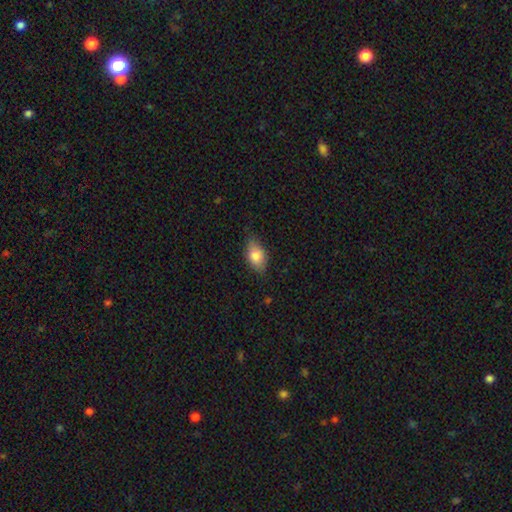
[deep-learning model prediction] Smooth or featured: smooth — 81% (featured or disk — 12%)
How rounded: in between — 88% (round — 9%)
Merging: none — 75% (minor disturbance — 20%)